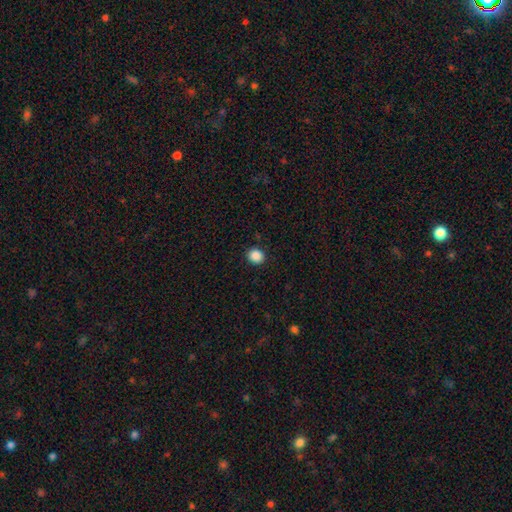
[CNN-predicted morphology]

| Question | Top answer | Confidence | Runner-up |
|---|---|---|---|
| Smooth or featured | smooth | 88% | star or artifact (9%) |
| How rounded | round | 73% | in between (26%) |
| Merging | none | 91% | minor disturbance (6%) |